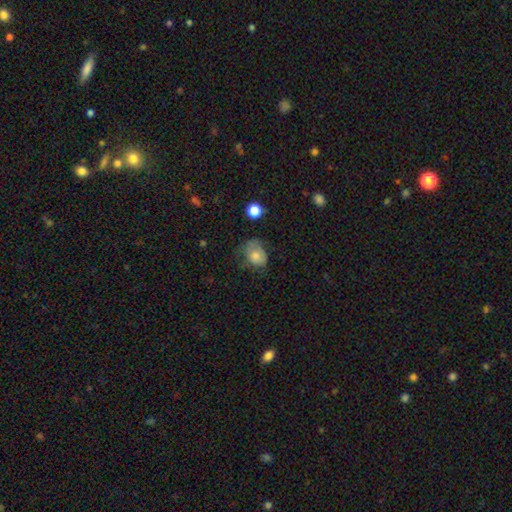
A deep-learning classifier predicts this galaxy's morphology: Smooth or featured? Predicted: smooth (p=0.70). How rounded? Predicted: in between (p=0.53). Merging? Predicted: none (p=0.44).